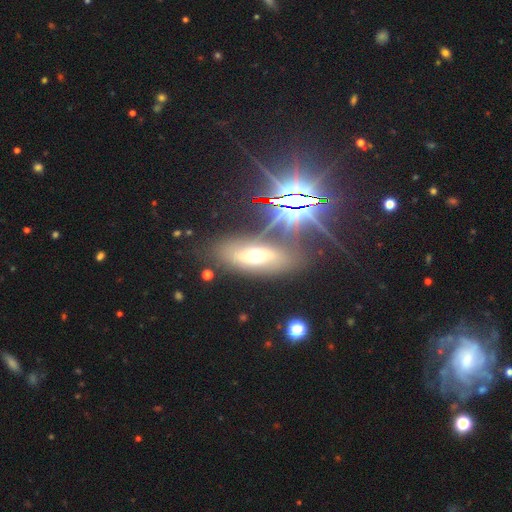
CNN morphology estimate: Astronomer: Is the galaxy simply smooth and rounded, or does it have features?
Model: smooth — 39% (runner-up: featured or disk, 33%).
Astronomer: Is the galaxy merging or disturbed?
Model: none — 73%.